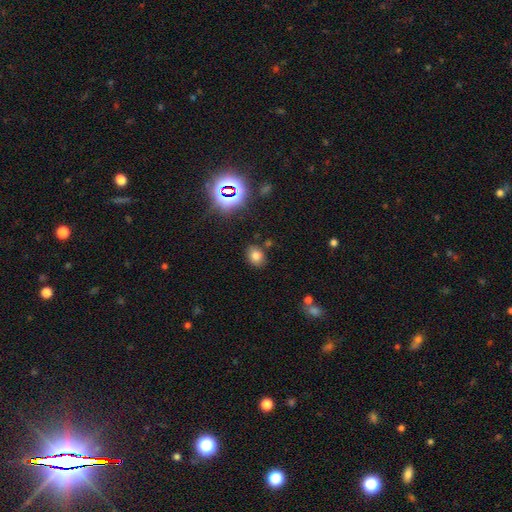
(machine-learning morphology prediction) The model was most divided on "how rounded": in between: 58%, round: 41%, cigar-shaped: 1%. More confident: merging — none (81%); smooth or featured — smooth (74%).